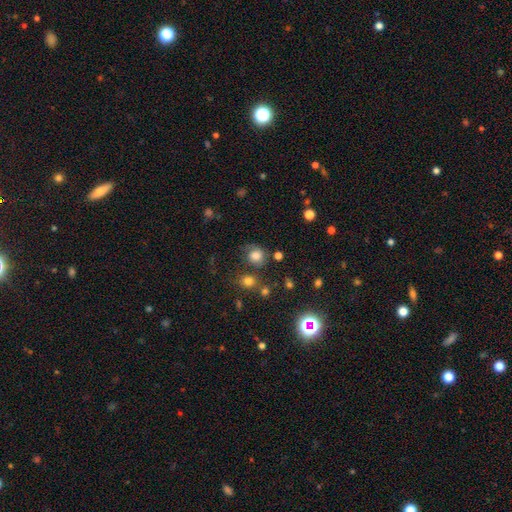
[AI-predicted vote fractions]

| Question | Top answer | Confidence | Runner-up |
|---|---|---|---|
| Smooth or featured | smooth | 73% | star or artifact (15%) |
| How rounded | round | 75% | in between (24%) |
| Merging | none | 62% | minor disturbance (21%) |